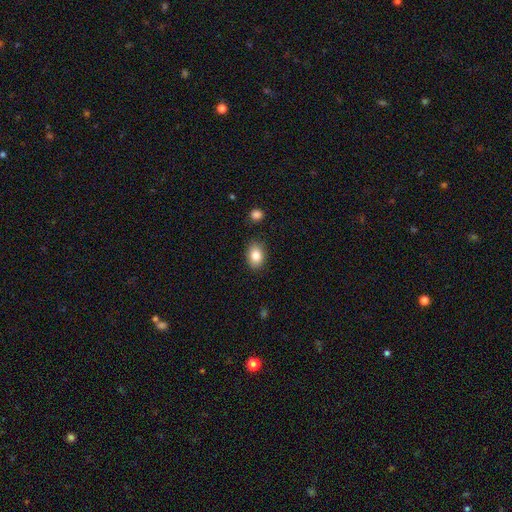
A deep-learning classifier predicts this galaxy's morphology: Smooth or featured? Predicted: smooth (p=0.84). How rounded? Predicted: in between (p=0.77). Merging? Predicted: none (p=0.85).